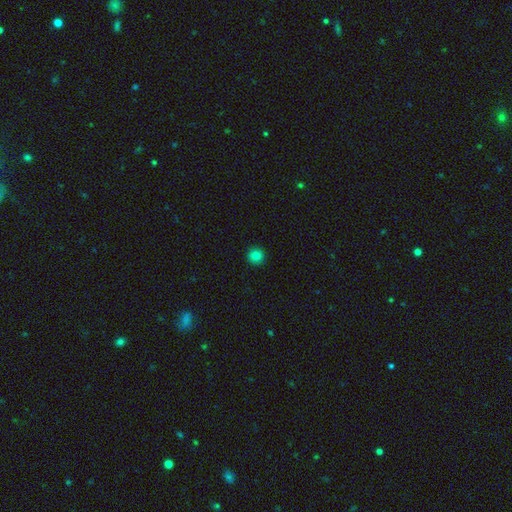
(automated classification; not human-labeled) Smooth or featured: smooth — 83% (star or artifact — 12%)
How rounded: round — 94% (in between — 5%)
Merging: none — 93% (minor disturbance — 4%)